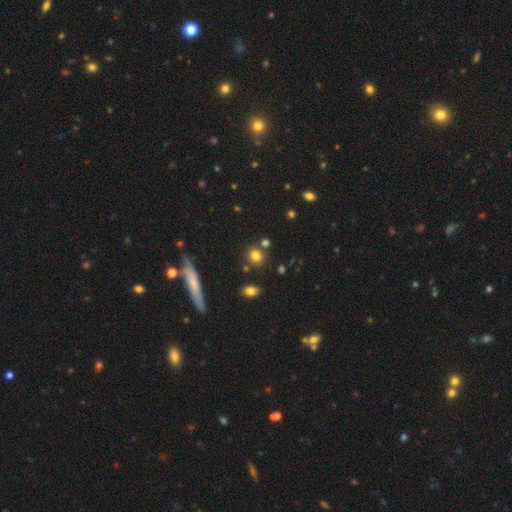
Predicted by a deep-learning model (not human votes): smooth_or_featured: smooth (p=0.78) [alt: star or artifact p=0.13]
how_rounded: round (p=0.76) [alt: in between p=0.21]
merging: none (p=0.75) [alt: merger p=0.12]